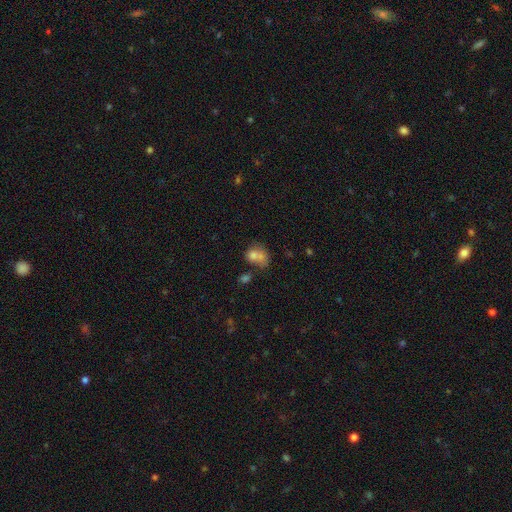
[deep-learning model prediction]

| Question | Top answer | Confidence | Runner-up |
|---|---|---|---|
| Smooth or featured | smooth | 72% | featured or disk (17%) |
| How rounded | in between | 57% | round (42%) |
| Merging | merger | 50% | none (26%) |